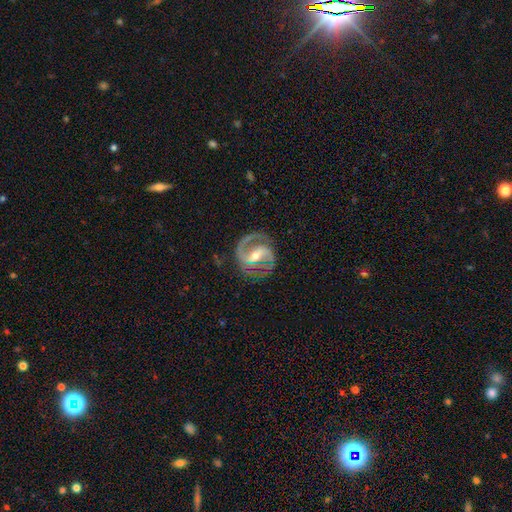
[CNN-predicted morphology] type=featured or disk (89%); edge-on=no (98%); bar=weak (47%); spiral arms=yes (97%); winding=medium (55%); arm count=2 (80%); bulge=moderate (52%); merging=none (73%).